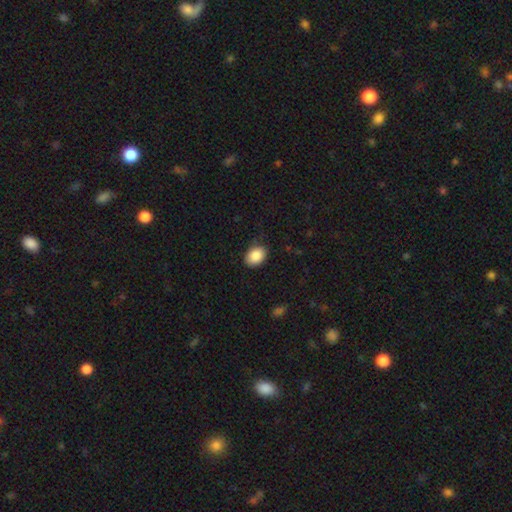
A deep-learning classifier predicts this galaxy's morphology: smooth_or_featured: smooth (p=0.87) [alt: star or artifact p=0.08]
how_rounded: in between (p=0.73) [alt: round p=0.26]
merging: none (p=0.82) [alt: minor disturbance p=0.14]